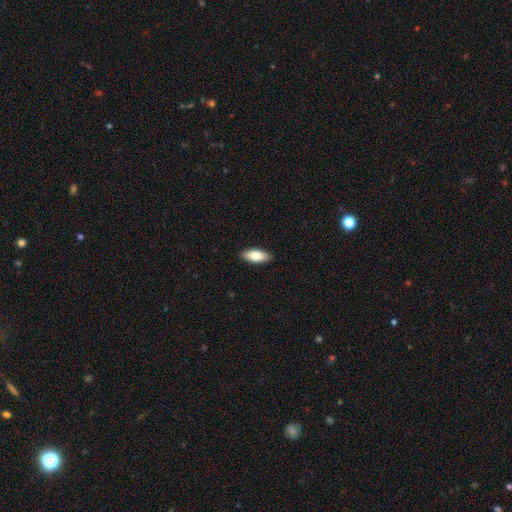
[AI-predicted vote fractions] Smooth or featured: smooth — 78% (featured or disk — 16%)
How rounded: in between — 80% (cigar-shaped — 18%)
Merging: none — 89% (minor disturbance — 8%)